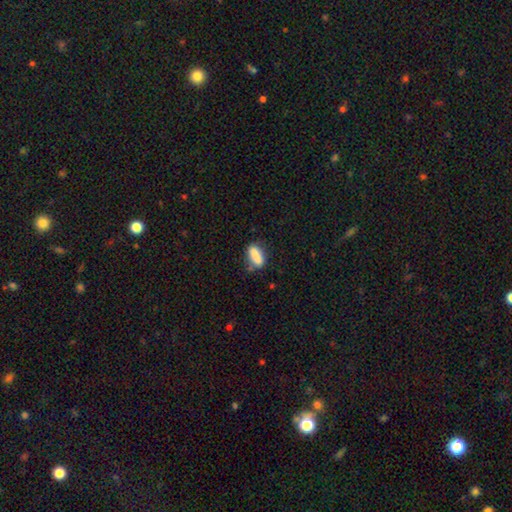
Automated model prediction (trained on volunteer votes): Morphology: type=smooth (83%); roundness=in between (62%); merging=none (71%).